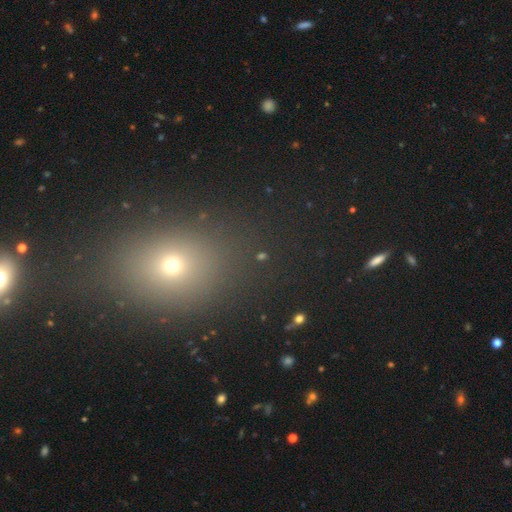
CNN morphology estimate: Q: Smooth or featured?
A: smooth (53%); runner-up: star or artifact (38%)
Q: How rounded?
A: round (52%); runner-up: in between (46%)
Q: Merging?
A: none (83%); runner-up: minor disturbance (8%)